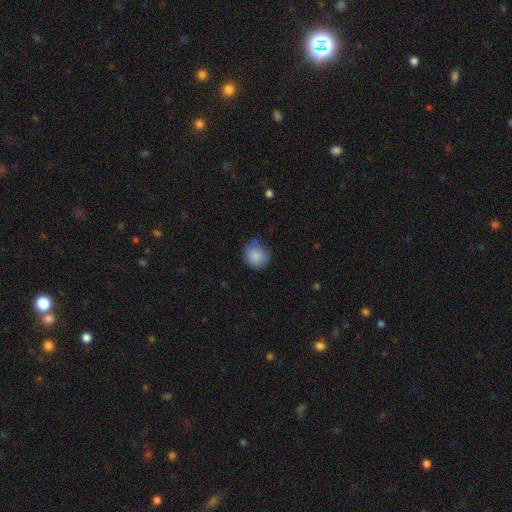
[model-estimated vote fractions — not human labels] Smooth or featured? smooth (86%)
How rounded? round (85%)
Merging? none (65%)